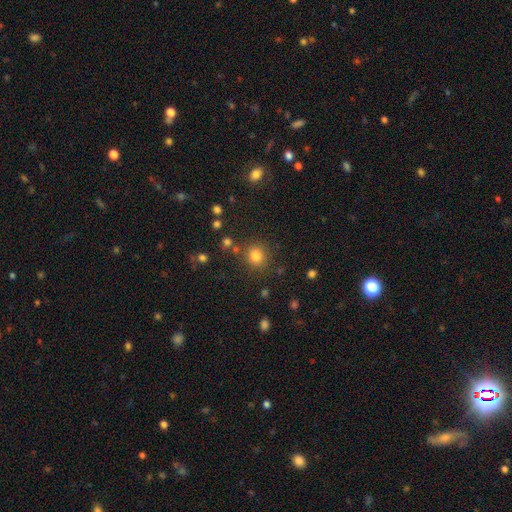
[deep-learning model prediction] This appears to be a smooth galaxy with no disk features (80%) that is round (86%). Merging: none (82%).